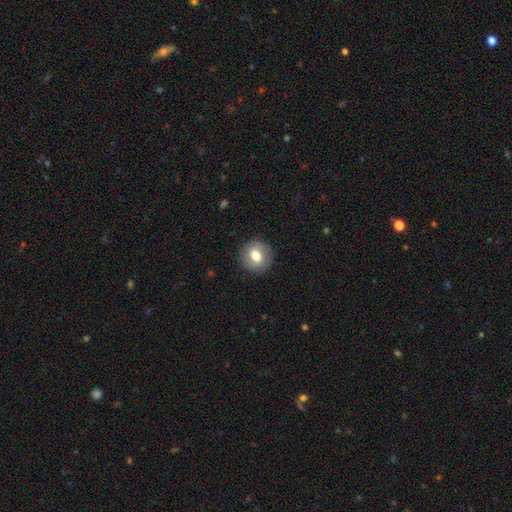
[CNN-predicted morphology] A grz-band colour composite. It shows a smooth galaxy with no disk features (70%) that is round (84%). Merging: none (88%).